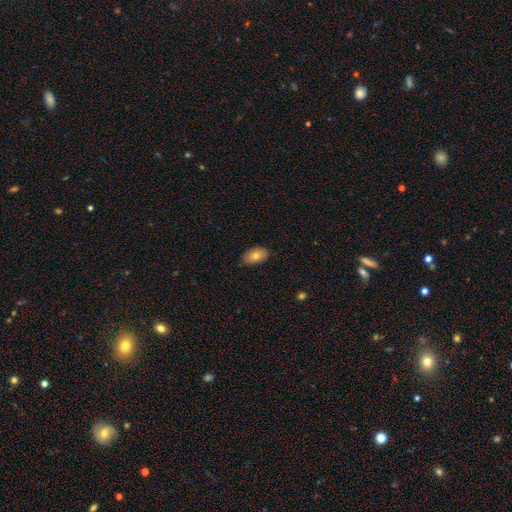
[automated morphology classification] smooth 76%, featured or disk 16%, star or artifact 7%. Down the decision tree: how rounded — in between (92%); merging — none (82%).